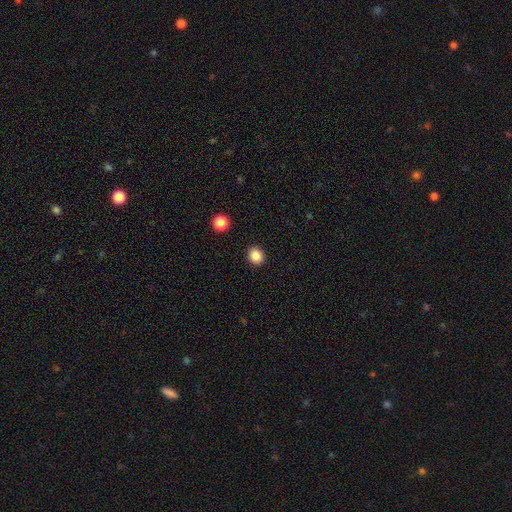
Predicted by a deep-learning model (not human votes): Smooth or featured? Predicted: smooth (p=0.85). How rounded? Predicted: round (p=0.82). Merging? Predicted: none (p=0.92).